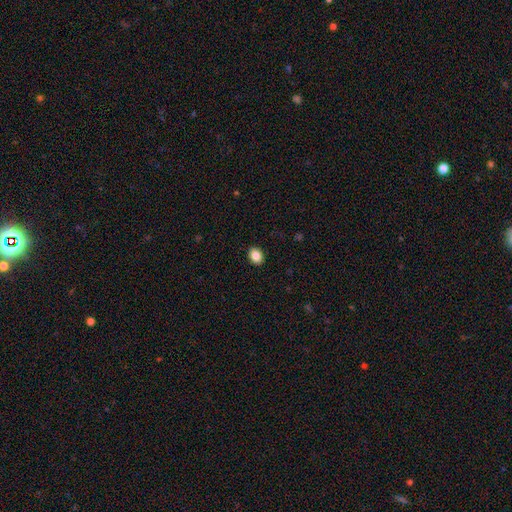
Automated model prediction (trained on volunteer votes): Q: Smooth or featured?
A: smooth (87%); runner-up: star or artifact (9%)
Q: How rounded?
A: in between (58%); runner-up: round (41%)
Q: Merging?
A: none (91%); runner-up: minor disturbance (7%)